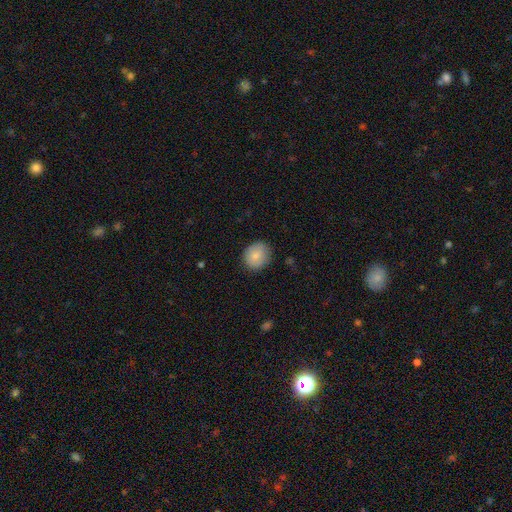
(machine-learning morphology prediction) The model was most divided on "how rounded": round: 69%, in between: 30%, cigar-shaped: 1%. More confident: smooth or featured — smooth (85%); merging — none (83%).